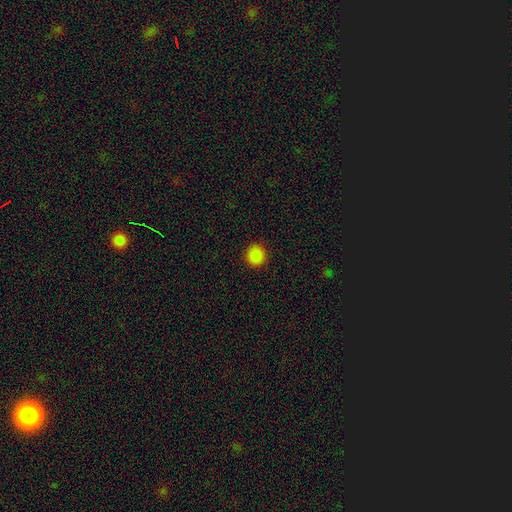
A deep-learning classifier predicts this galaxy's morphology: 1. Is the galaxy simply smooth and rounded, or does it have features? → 87% smooth, 11% star or artifact, 2% featured or disk.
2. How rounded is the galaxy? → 92% round, 7% in between, 1% cigar-shaped.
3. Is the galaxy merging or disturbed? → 92% none, 5% minor disturbance, 2% major disturbance, 1% merger.